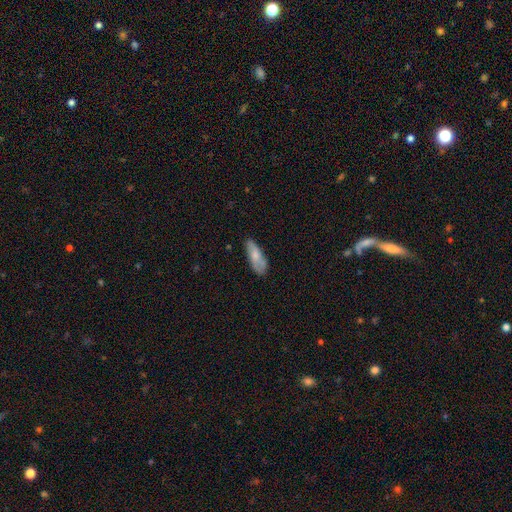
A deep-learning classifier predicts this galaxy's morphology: This is likely a smooth galaxy (70%). How rounded: likely in between (71%). Merging: likely none (70%).